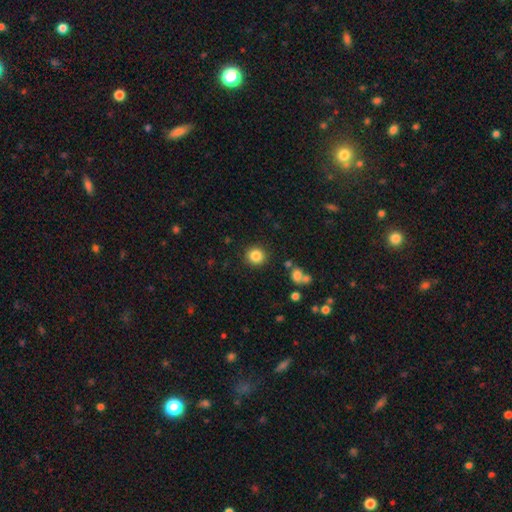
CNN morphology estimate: smooth_or_featured: smooth (p=0.84) [alt: star or artifact p=0.10]
how_rounded: round (p=0.91) [alt: in between p=0.08]
merging: none (p=0.89) [alt: minor disturbance p=0.06]